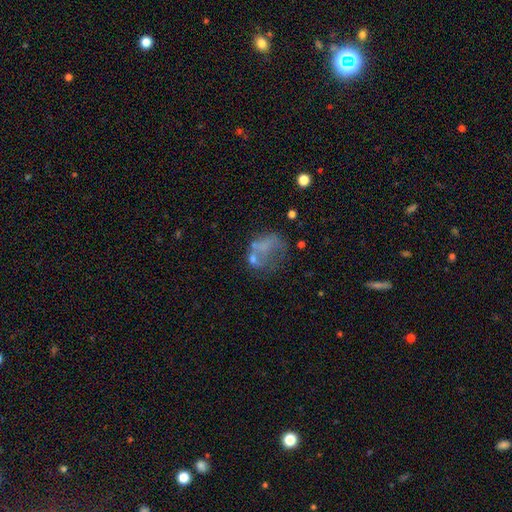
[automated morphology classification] A featured or disk galaxy (44%).

Vote fractions:
- Smooth or featured? featured or disk: 44% / smooth: 39% / star or artifact: 17%
- Merging? major disturbance: 34% / none: 30% / minor disturbance: 18% / merger: 18%